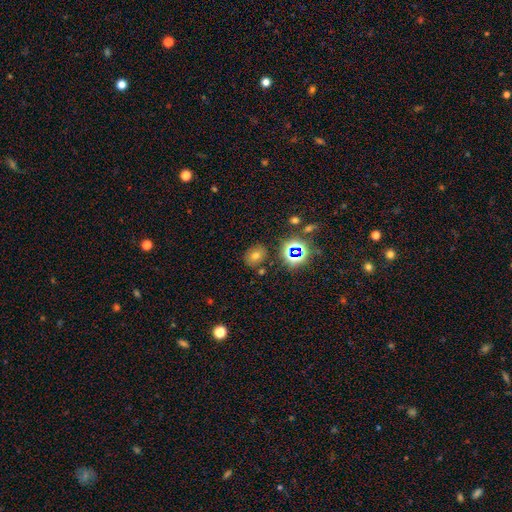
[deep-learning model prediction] This appears to be a smooth galaxy with no disk features (61%) that is round (50%). Merging: none (81%).